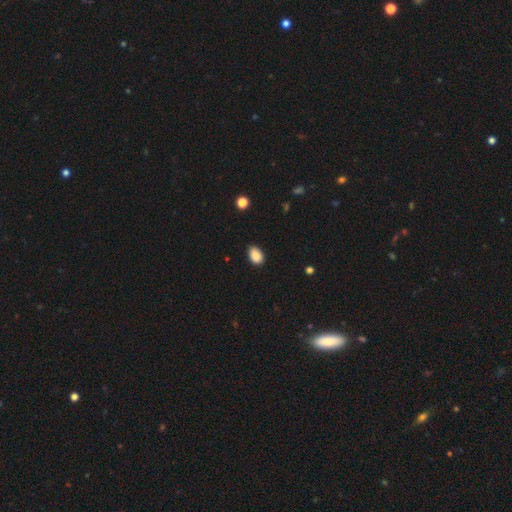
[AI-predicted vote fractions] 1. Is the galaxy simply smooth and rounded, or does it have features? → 89% smooth, 8% star or artifact, 3% featured or disk.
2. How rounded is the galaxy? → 81% in between, 18% round, 1% cigar-shaped.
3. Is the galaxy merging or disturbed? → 82% none, 14% minor disturbance, 2% major disturbance, 1% merger.